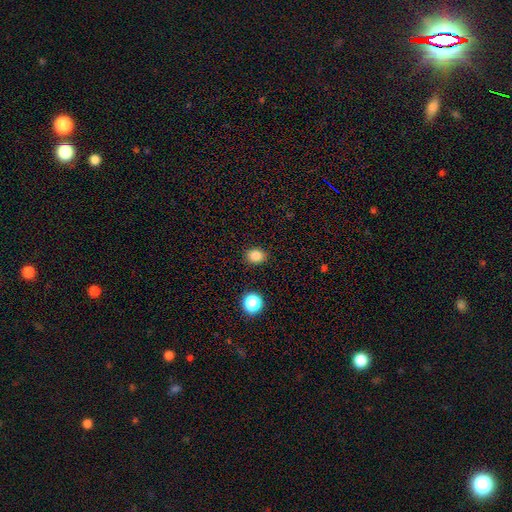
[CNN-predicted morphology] Q: Smooth or featured?
A: smooth (83%); runner-up: star or artifact (12%)
Q: How rounded?
A: round (58%); runner-up: in between (41%)
Q: Merging?
A: none (88%); runner-up: minor disturbance (8%)